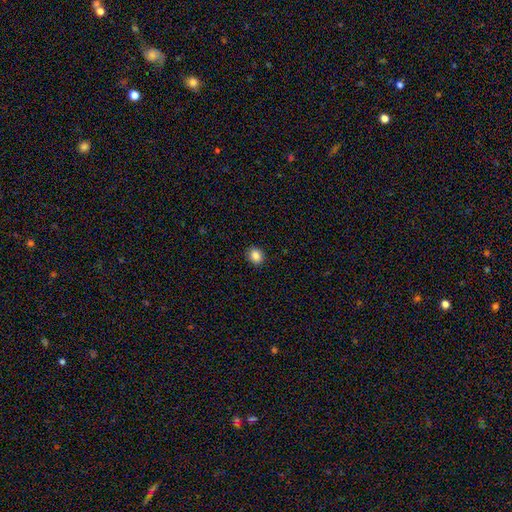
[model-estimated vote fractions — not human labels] Smooth or featured? smooth (85%)
How rounded? round (59%)
Merging? none (91%)